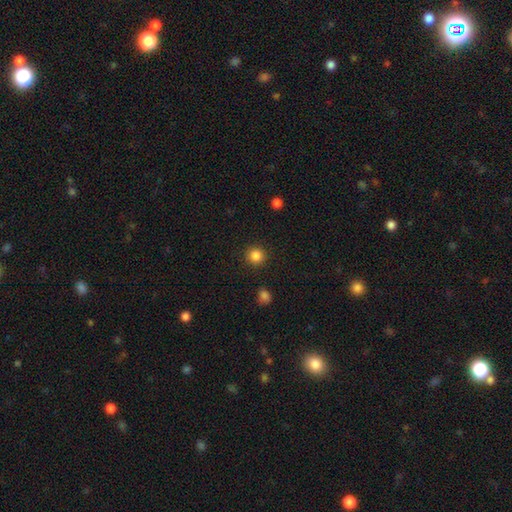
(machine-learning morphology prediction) A smooth galaxy with no disk features (86%) that is round (94%).

Vote fractions:
- Smooth or featured? smooth: 86% / star or artifact: 11% / featured or disk: 3%
- How rounded? round: 94% / in between: 5% / cigar-shaped: 1%
- Merging? none: 91% / minor disturbance: 5% / major disturbance: 2% / merger: 1%